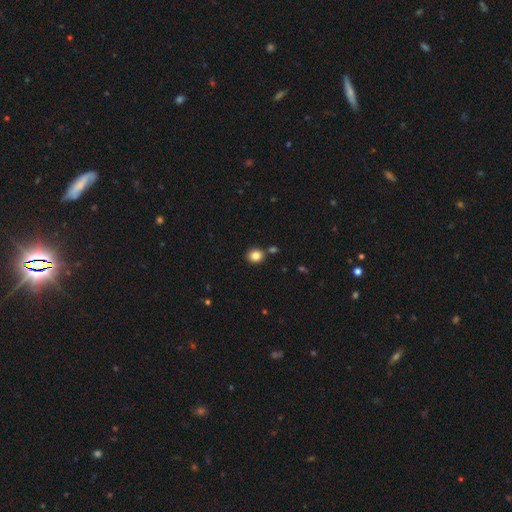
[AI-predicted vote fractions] Smooth or featured? Predicted: smooth (p=0.84). How rounded? Predicted: round (p=0.82). Merging? Predicted: none (p=0.82).